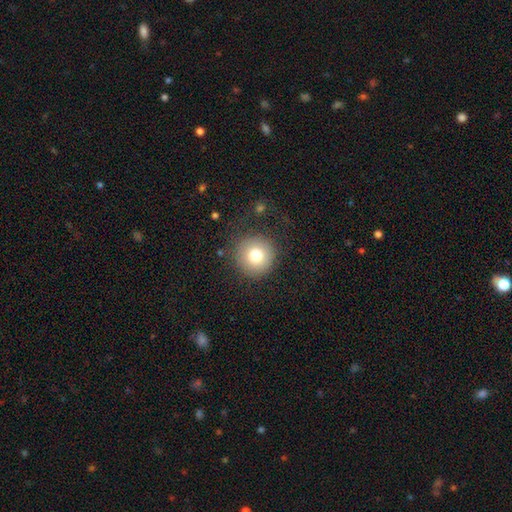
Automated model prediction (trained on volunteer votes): smooth-or-featured: smooth: 78% | featured or disk: 12% | star or artifact: 11%
  how-rounded: round: 95% | in between: 4% | cigar-shaped: 1%
  merging: none: 85% | minor disturbance: 9% | major disturbance: 4% | merger: 1%